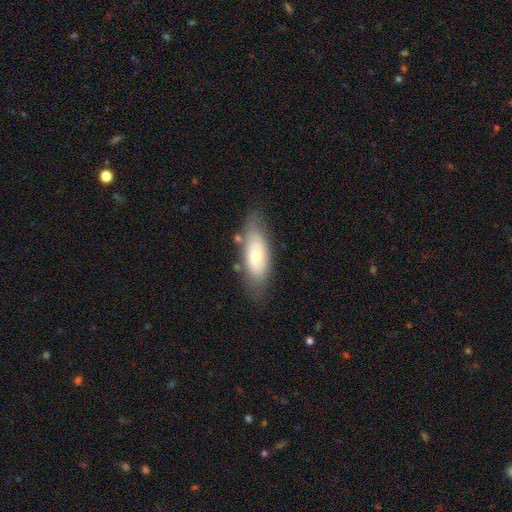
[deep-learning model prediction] A smooth galaxy with no disk features (57%) that is in between round and cigar-shaped (74%). Merging: none (72%).